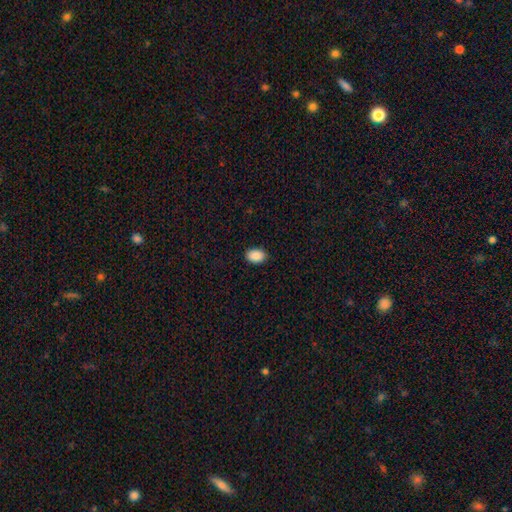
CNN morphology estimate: This is clearly a smooth galaxy (90%). How rounded: clearly in between (83%). Merging: clearly none (90%).